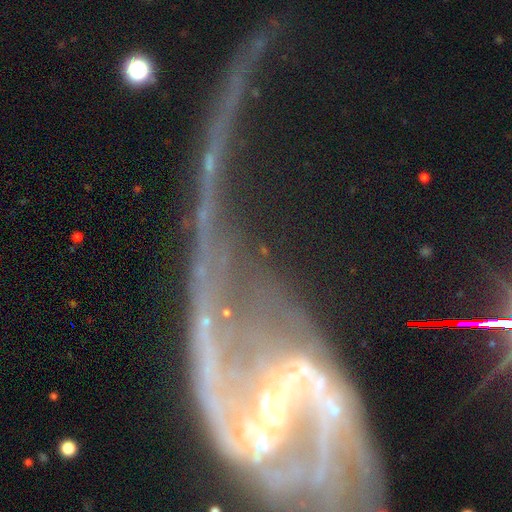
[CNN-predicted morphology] Smooth or featured?
  - featured or disk: 88% *
  - star or artifact: 8%
  - smooth: 4%
Edge-on disk?
  - no: 94% *
  - yes: 6%
Bar?
  - strong: 44% *
  - weak: 34%
  - no: 22%
Spiral arms?
  - yes: 91% *
  - no: 9%
Spiral winding?
  - loose: 72% *
  - medium: 20%
  - tight: 8%
Spiral arm count?
  - 2: 84% *
  - can't tell: 4%
  - 1: 4%
  - 3: 2%
  - 4: 2%
  - more than 4: 2%
Bulge size?
  - small: 57% *
  - moderate: 29%
  - none: 8%
  - large: 3%
  - dominant: 2%
Merging?
  - major disturbance: 42% *
  - none: 31%
  - merger: 13%
  - minor disturbance: 13%